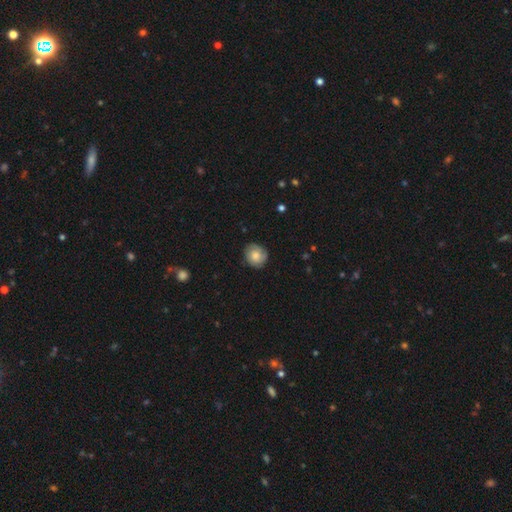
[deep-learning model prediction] smooth_or_featured: smooth (p=0.67) [alt: featured or disk p=0.26]
how_rounded: round (p=0.85) [alt: in between p=0.14]
merging: none (p=0.80) [alt: minor disturbance p=0.15]